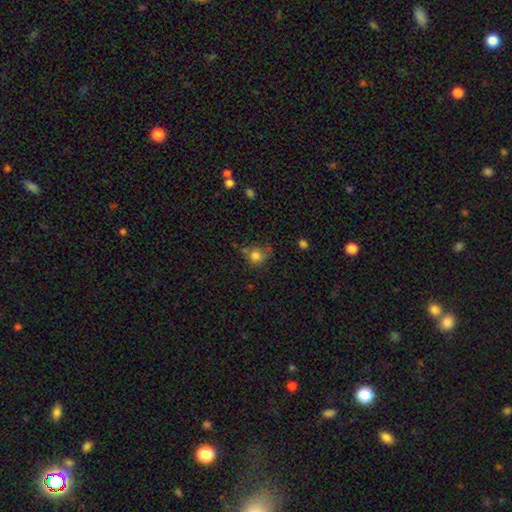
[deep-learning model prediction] A smooth galaxy with no disk features (77%) that is round (73%).

Vote fractions:
- Smooth or featured? smooth: 77% / star or artifact: 12% / featured or disk: 11%
- How rounded? round: 73% / in between: 26% / cigar-shaped: 1%
- Merging? none: 49% / minor disturbance: 30% / major disturbance: 15% / merger: 7%